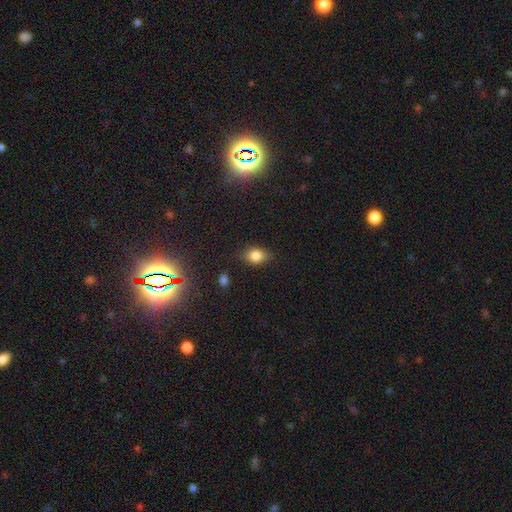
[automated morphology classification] type=smooth (80%); roundness=in between (66%); merging=none (78%).